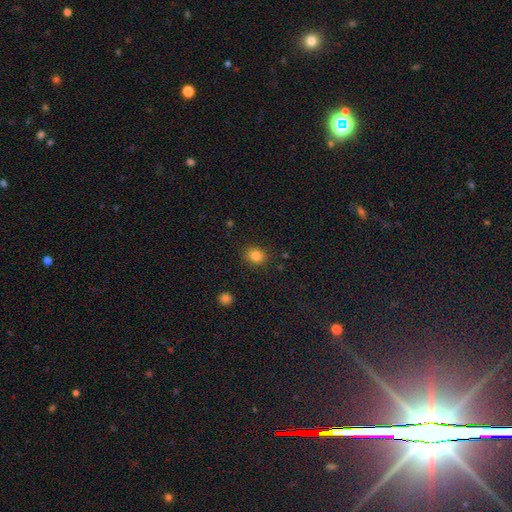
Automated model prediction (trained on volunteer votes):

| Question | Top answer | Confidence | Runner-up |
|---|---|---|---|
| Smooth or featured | smooth | 84% | star or artifact (11%) |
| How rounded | round | 59% | in between (40%) |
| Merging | none | 86% | minor disturbance (10%) |